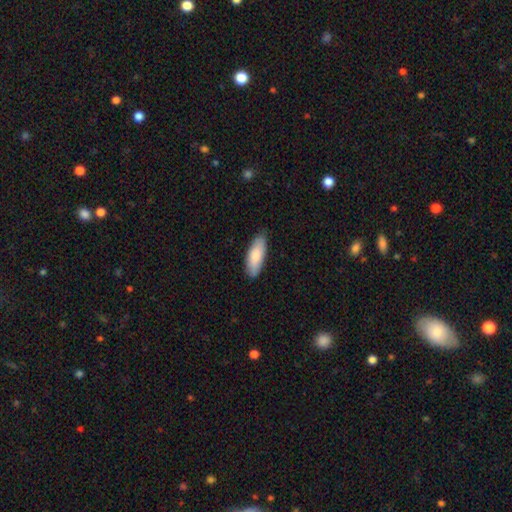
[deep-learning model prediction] A smooth galaxy with no disk features (84%) that is in between round and cigar-shaped (73%). Merging: none (83%).